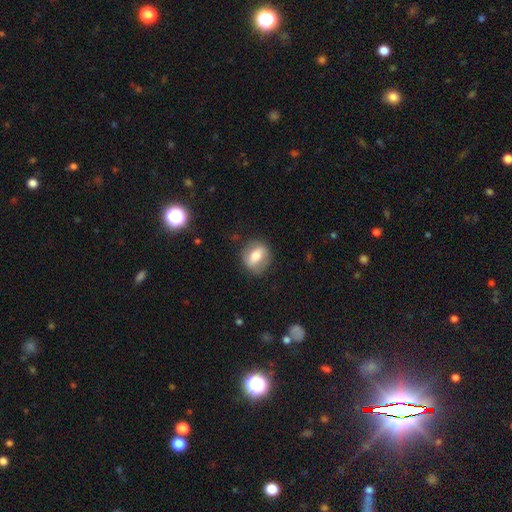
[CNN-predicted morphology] This is possibly a smooth galaxy (56%). How rounded: possibly round (58%). Merging: clearly none (81%).